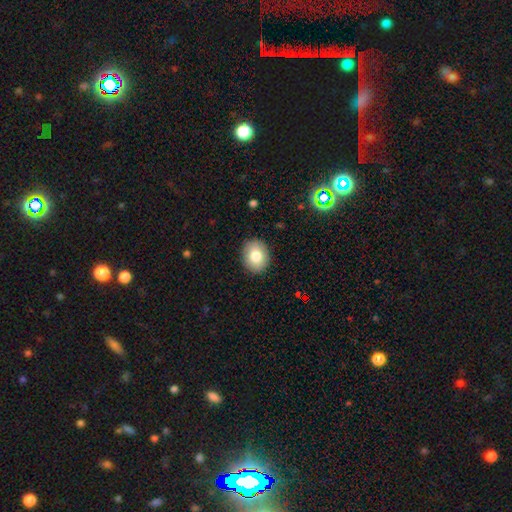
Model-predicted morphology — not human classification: smooth_or_featured: smooth (p=0.80) [alt: featured or disk p=0.11]
how_rounded: round (p=0.54) [alt: in between p=0.45]
merging: none (p=0.90) [alt: minor disturbance p=0.07]